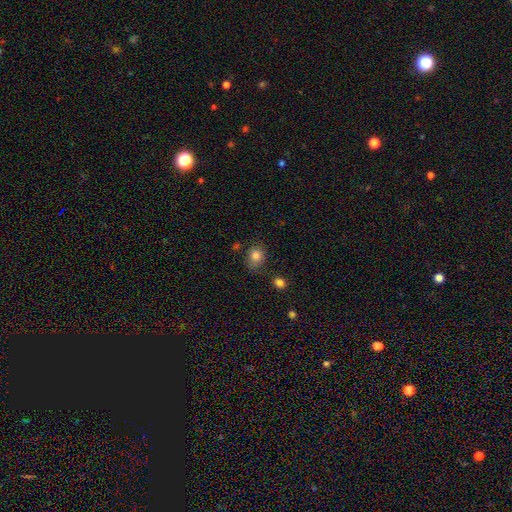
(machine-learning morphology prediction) Smooth or featured?
  - smooth: 82% *
  - star or artifact: 10%
  - featured or disk: 7%
How rounded?
  - round: 62% *
  - in between: 37%
  - cigar-shaped: 1%
Merging?
  - none: 70% *
  - minor disturbance: 20%
  - major disturbance: 5%
  - merger: 4%